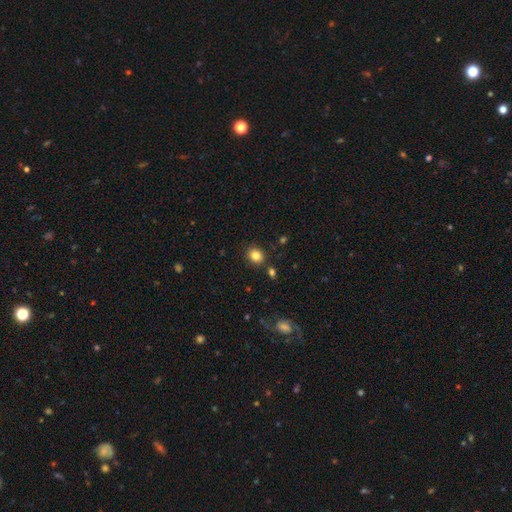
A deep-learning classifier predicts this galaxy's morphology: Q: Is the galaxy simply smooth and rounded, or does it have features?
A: smooth — 83%.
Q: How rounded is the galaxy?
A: round — 67%.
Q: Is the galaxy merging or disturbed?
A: none — 85%.